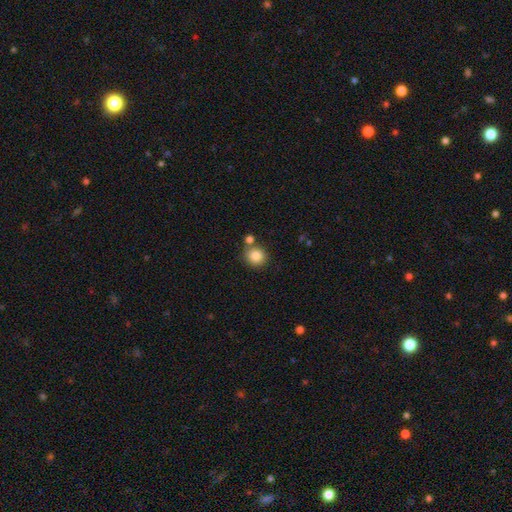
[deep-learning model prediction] smooth-or-featured: smooth: 85% | star or artifact: 9% | featured or disk: 6%
  how-rounded: round: 87% | in between: 12% | cigar-shaped: 1%
  merging: none: 69% | merger: 18% | minor disturbance: 10% | major disturbance: 3%